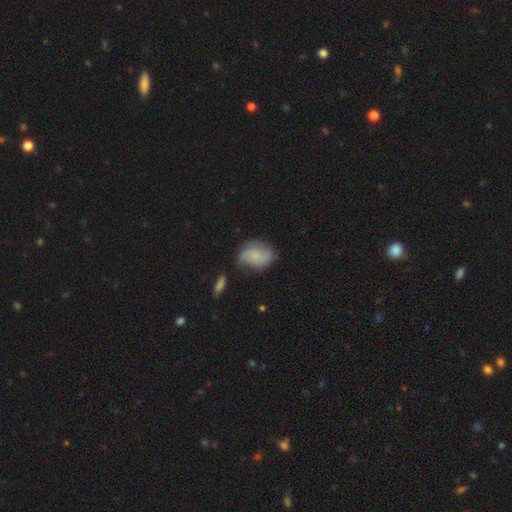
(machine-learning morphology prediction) This appears to be a smooth galaxy with no disk features (50%). Merging: none (58%).